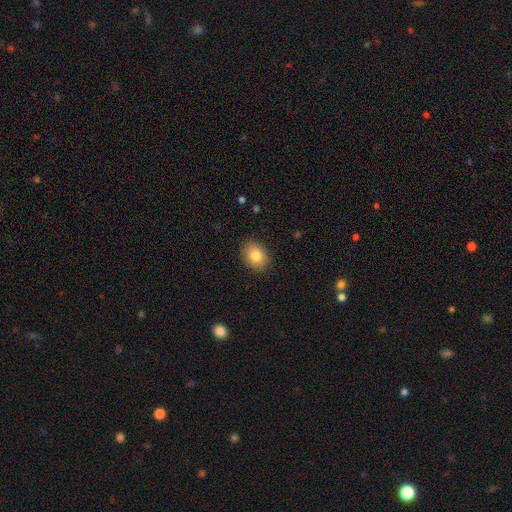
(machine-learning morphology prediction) Overall: smooth (83%). How rounded: in between (65%; round 34%). Merging: none (88%).